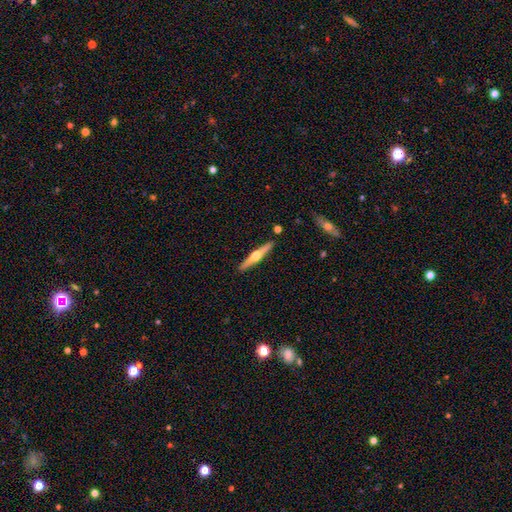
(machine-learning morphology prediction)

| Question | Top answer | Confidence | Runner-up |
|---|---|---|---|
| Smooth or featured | featured or disk | 72% | smooth (23%) |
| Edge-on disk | yes | 98% | no (2%) |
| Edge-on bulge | rounded | 96% | none (2%) |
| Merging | none | 91% | minor disturbance (6%) |